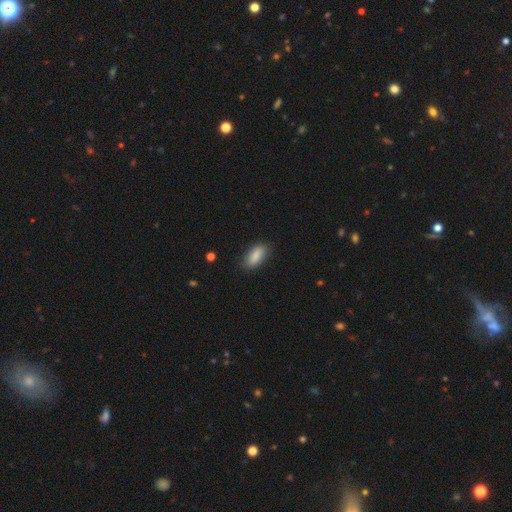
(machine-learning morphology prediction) The model was most divided on "merging": none: 83%, minor disturbance: 13%, major disturbance: 3%, merger: 1%. More confident: smooth or featured — smooth (87%); how rounded — in between (84%).